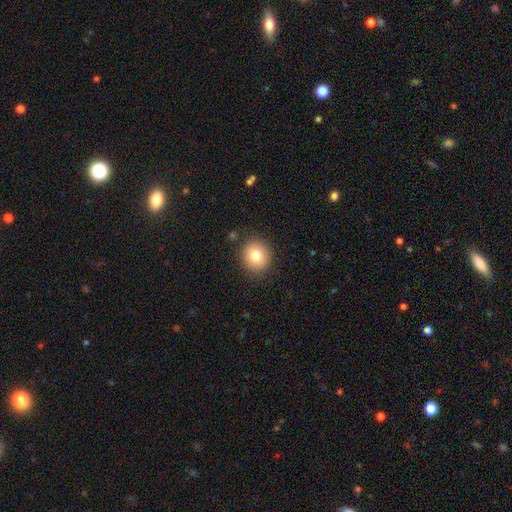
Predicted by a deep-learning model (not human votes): Smooth or featured? smooth (80%)
How rounded? round (90%)
Merging? none (89%)